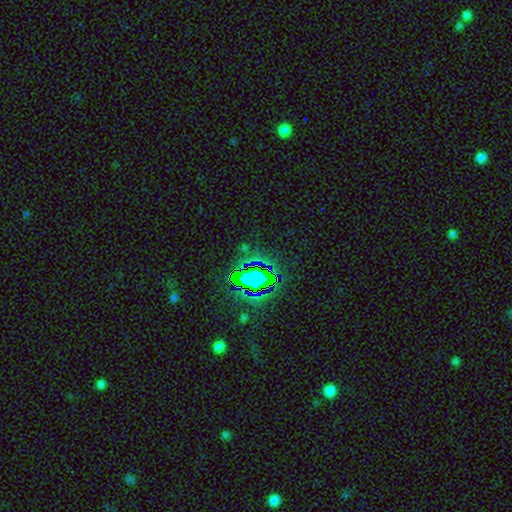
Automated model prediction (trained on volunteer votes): The model was most divided on "smooth or featured": star or artifact: 79%, smooth: 12%, featured or disk: 10%.